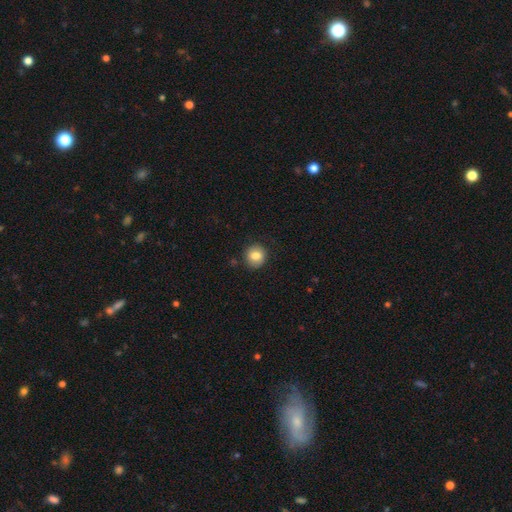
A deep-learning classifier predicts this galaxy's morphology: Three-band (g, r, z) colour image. It shows a smooth galaxy with no disk features (83%) that is round (88%). Merging: none (88%).